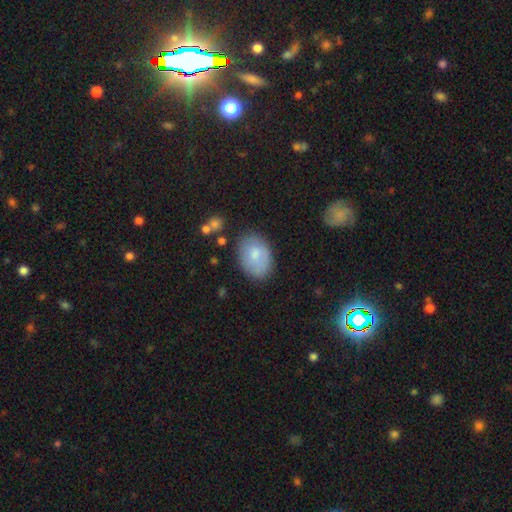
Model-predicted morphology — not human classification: Overall: smooth (73%). How rounded: in between (82%). Merging: none (74%).